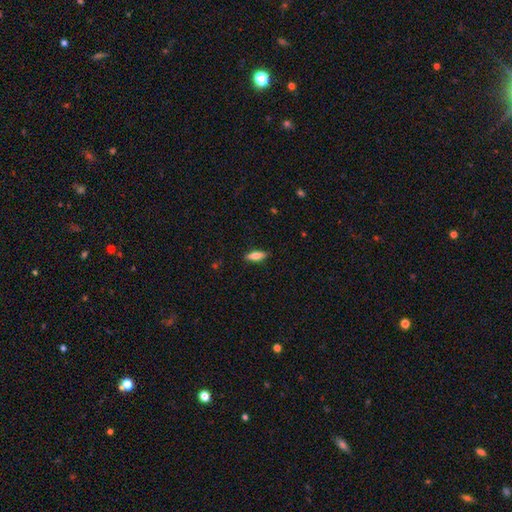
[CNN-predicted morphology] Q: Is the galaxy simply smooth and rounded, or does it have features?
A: smooth — 67%.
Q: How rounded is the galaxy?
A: in between — 61%.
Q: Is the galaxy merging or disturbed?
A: none — 88%.